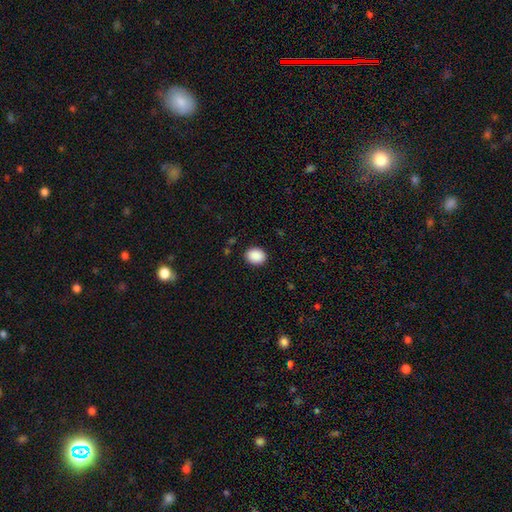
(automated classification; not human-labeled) The model was most divided on "how rounded": in between: 54%, round: 45%, cigar-shaped: 1%. More confident: smooth or featured — smooth (90%); merging — none (90%).